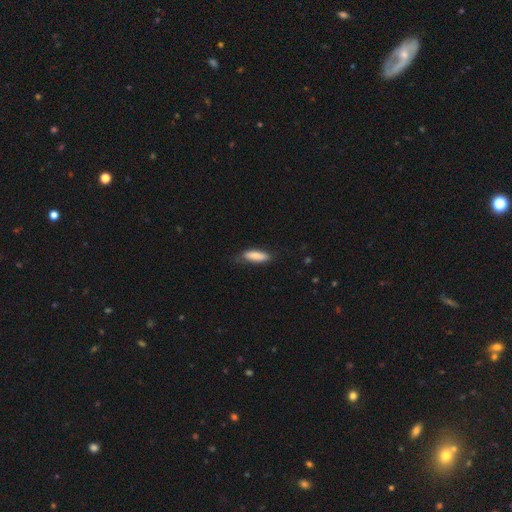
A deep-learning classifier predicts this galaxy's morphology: Smooth or featured?
  - smooth: 82% *
  - featured or disk: 12%
  - star or artifact: 6%
How rounded?
  - in between: 51% *
  - cigar-shaped: 48%
  - round: 2%
Merging?
  - none: 73% *
  - minor disturbance: 21%
  - major disturbance: 5%
  - merger: 1%